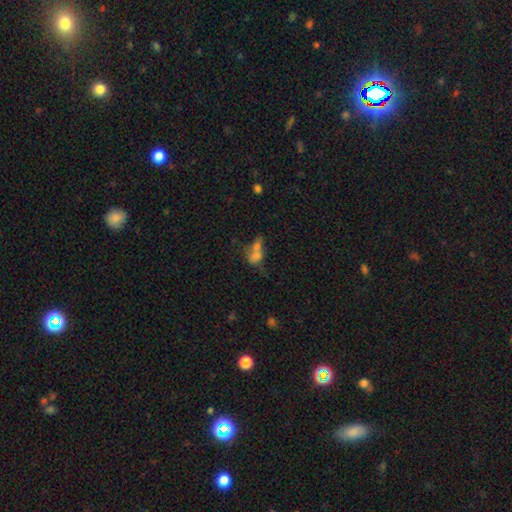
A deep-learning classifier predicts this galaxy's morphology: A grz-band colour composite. It shows a smooth galaxy with no disk features (61%) that is in between round and cigar-shaped (62%). Merging: merger (57%).